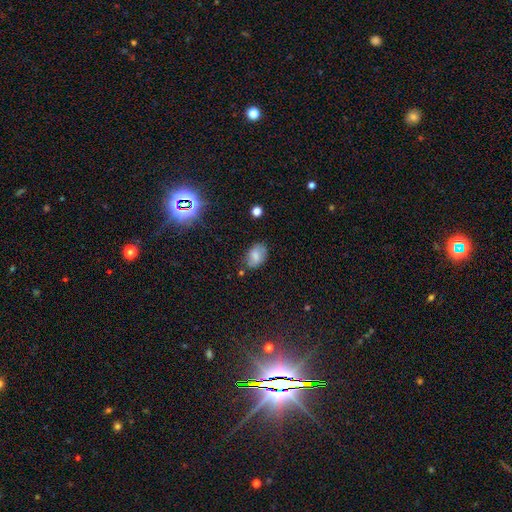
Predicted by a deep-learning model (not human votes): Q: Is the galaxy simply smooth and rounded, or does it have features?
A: smooth — 74%.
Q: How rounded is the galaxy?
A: in between — 85%.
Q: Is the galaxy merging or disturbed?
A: none — 71%.